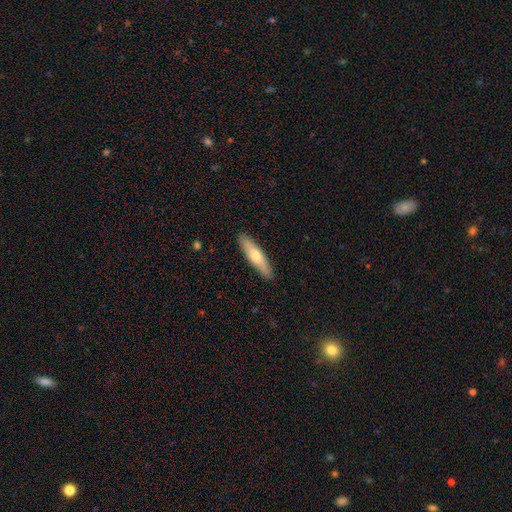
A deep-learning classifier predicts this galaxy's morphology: Smooth or featured? Predicted: smooth (p=0.61). How rounded? Predicted: cigar-shaped (p=0.75). Merging? Predicted: none (p=0.89).